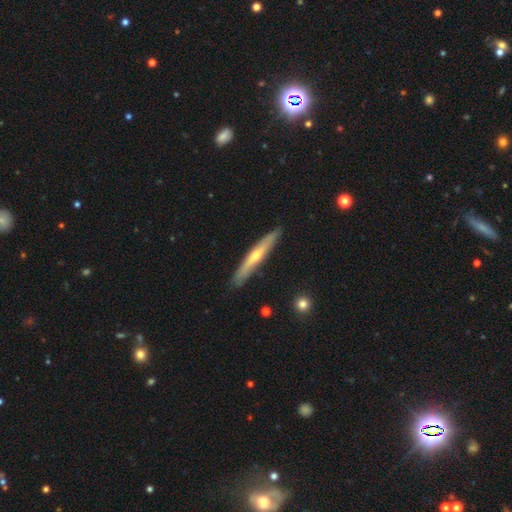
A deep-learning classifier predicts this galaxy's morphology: Smooth or featured? featured or disk (62%)
Edge-on disk? yes (90%)
Edge-on bulge? rounded (74%)
Merging? none (86%)